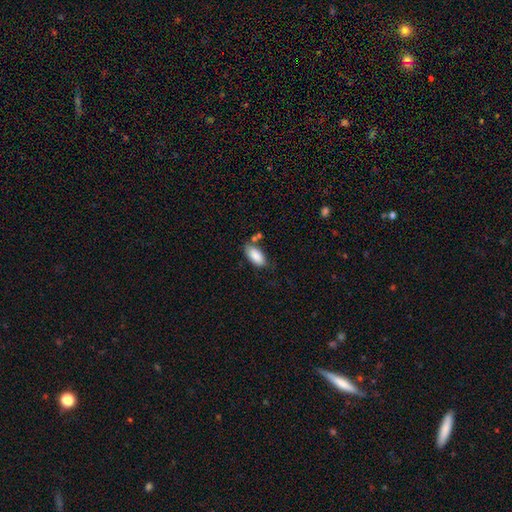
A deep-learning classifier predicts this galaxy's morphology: type=smooth (87%); roundness=in between (92%); merging=none (63%).